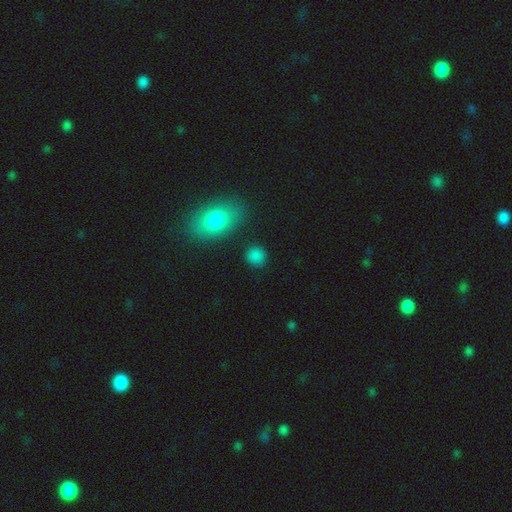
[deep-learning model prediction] smooth_or_featured: smooth (p=0.85) [alt: star or artifact p=0.11]
how_rounded: round (p=0.87) [alt: in between p=0.11]
merging: none (p=0.87) [alt: minor disturbance p=0.07]